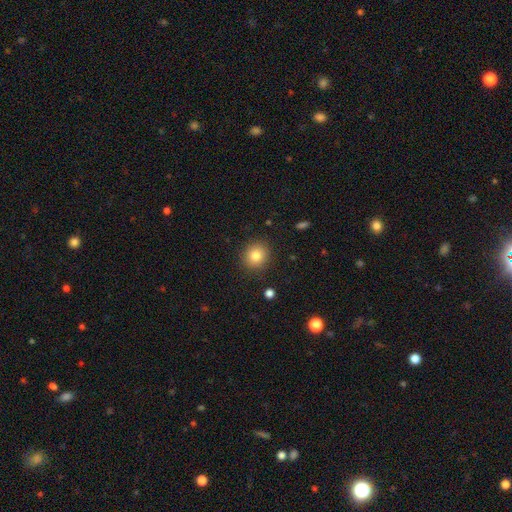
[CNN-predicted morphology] A smooth galaxy with no disk features (82%) that is round (85%). Merging: none (89%).